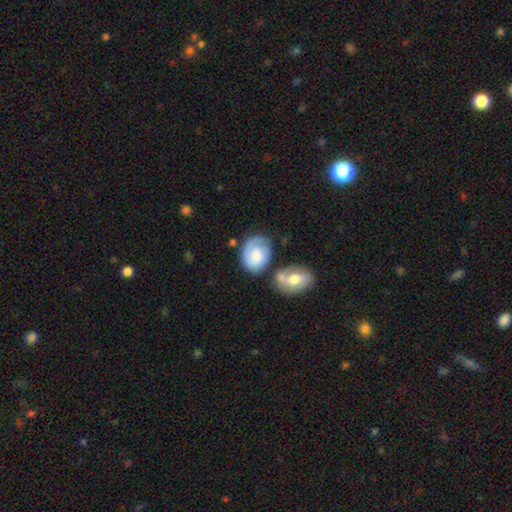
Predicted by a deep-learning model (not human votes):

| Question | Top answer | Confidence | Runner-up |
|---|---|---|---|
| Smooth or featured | smooth | 54% | featured or disk (40%) |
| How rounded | in between | 65% | round (34%) |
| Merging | none | 51% | minor disturbance (23%) |